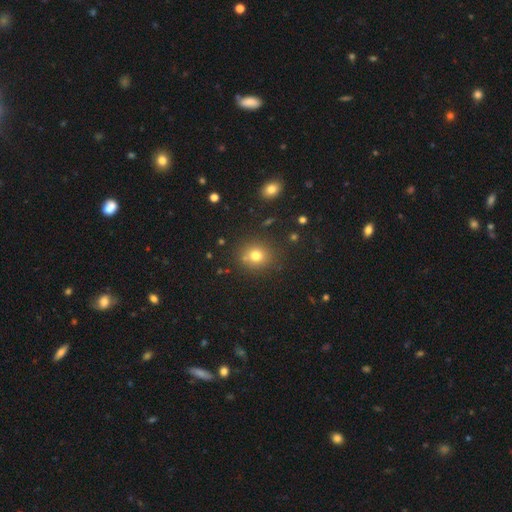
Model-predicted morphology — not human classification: type=smooth (76%); roundness=round (81%); merging=none (79%).